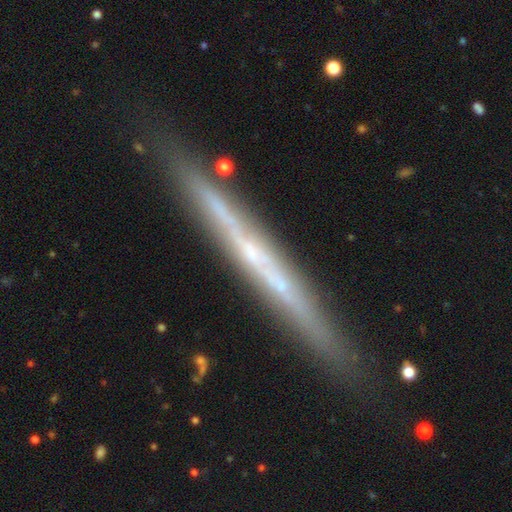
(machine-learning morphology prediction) Overall: featured or disk (74%). Edge-on disk: yes (95%). Edge-on bulge: none (73%). Merging: none (88%).